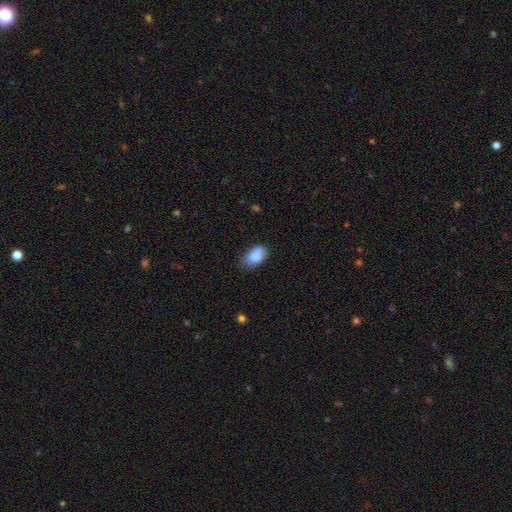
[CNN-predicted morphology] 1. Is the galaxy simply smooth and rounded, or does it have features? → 87% smooth, 8% star or artifact, 5% featured or disk.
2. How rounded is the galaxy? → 91% in between, 7% round, 2% cigar-shaped.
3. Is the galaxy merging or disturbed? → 60% none, 32% minor disturbance, 7% major disturbance, 2% merger.